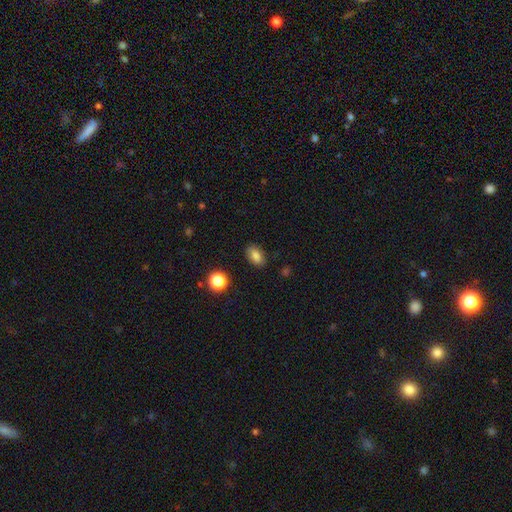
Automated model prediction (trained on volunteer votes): This appears to be a smooth galaxy with no disk features (82%) that is in between round and cigar-shaped (87%). Merging: none (85%).